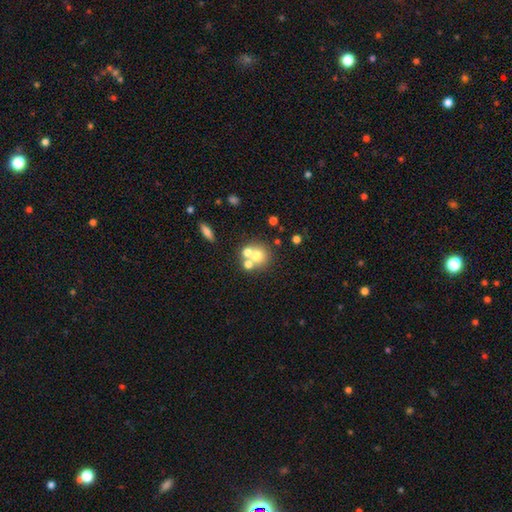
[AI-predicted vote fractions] smooth_or_featured: smooth (p=0.62) [alt: featured or disk p=0.24]
how_rounded: round (p=0.87) [alt: in between p=0.12]
merging: none (p=0.46) [alt: merger p=0.43]